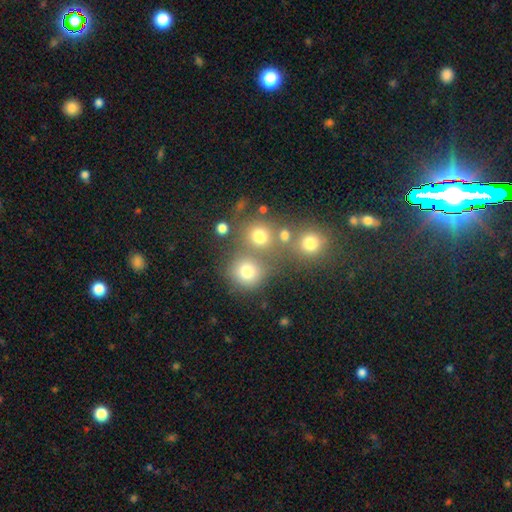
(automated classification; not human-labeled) This appears to be a star or artifact, not a galaxy (48%).